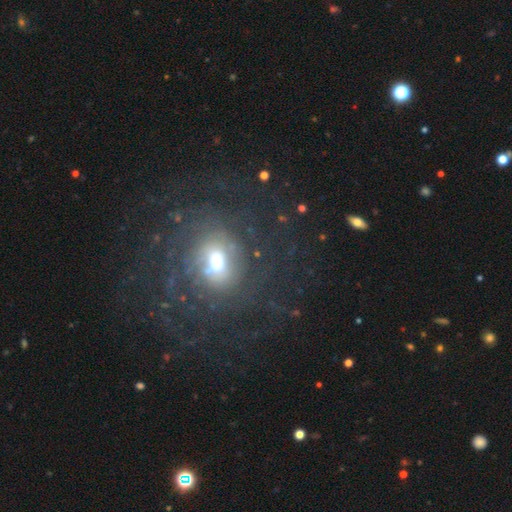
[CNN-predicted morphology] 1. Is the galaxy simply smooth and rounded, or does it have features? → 62% featured or disk, 20% smooth, 18% star or artifact.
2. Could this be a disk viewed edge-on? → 94% no, 6% yes.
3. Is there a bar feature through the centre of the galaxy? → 43% no, 40% weak, 18% strong.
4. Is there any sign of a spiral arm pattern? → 74% yes, 26% no.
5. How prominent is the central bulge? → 52% moderate, 30% small, 14% large, 2% dominant, 2% none.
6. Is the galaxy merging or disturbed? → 79% none, 11% minor disturbance, 9% major disturbance, 2% merger.